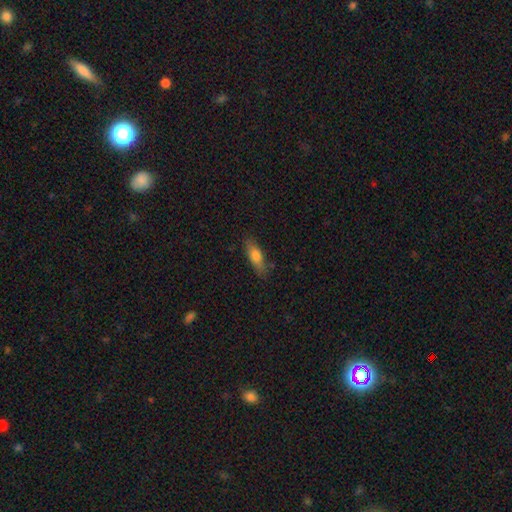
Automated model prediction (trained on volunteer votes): A smooth galaxy with no disk features (74%) that is in between round and cigar-shaped (57%).

Vote fractions:
- Smooth or featured? smooth: 74% / featured or disk: 19% / star or artifact: 7%
- How rounded? in between: 57% / cigar-shaped: 40% / round: 3%
- Merging? none: 78% / minor disturbance: 16% / major disturbance: 3% / merger: 2%